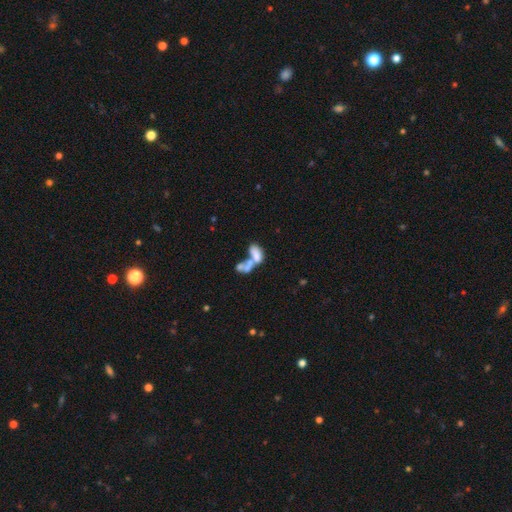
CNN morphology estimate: A smooth galaxy with no disk features (57%) that is in between round and cigar-shaped (87%). Merging: merger (66%).